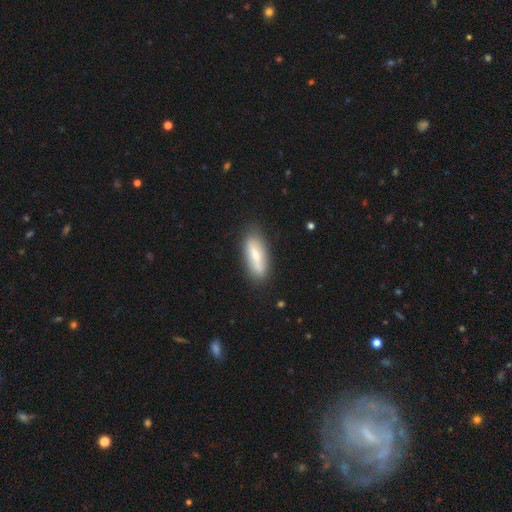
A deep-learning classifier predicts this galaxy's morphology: smooth-or-featured: smooth: 70% | featured or disk: 23% | star or artifact: 7%
  how-rounded: in between: 54% | cigar-shaped: 44% | round: 2%
  merging: none: 78% | minor disturbance: 16% | major disturbance: 4% | merger: 3%